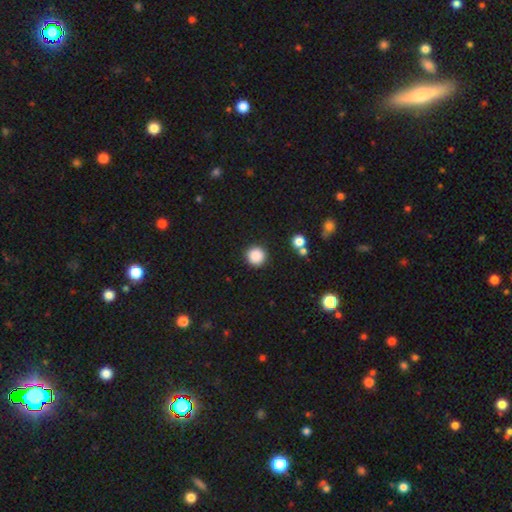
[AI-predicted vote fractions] Smooth or featured?
  - smooth: 87% *
  - star or artifact: 10%
  - featured or disk: 3%
How rounded?
  - round: 95% *
  - in between: 4%
  - cigar-shaped: 1%
Merging?
  - none: 90% *
  - minor disturbance: 6%
  - major disturbance: 2%
  - merger: 2%